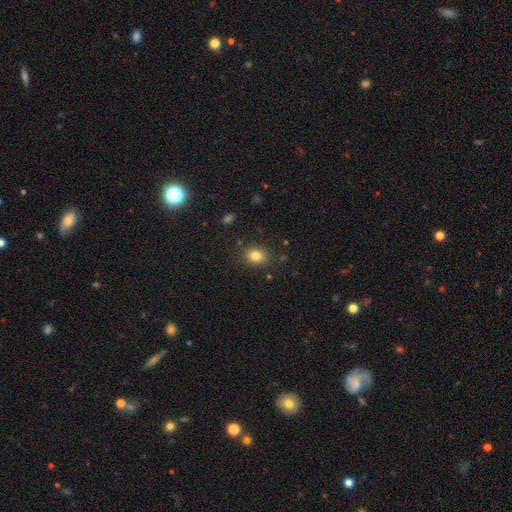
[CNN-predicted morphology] smooth-or-featured: smooth: 81% | star or artifact: 11% | featured or disk: 7%
  how-rounded: round: 53% | in between: 46% | cigar-shaped: 1%
  merging: none: 85% | minor disturbance: 10% | major disturbance: 3% | merger: 2%